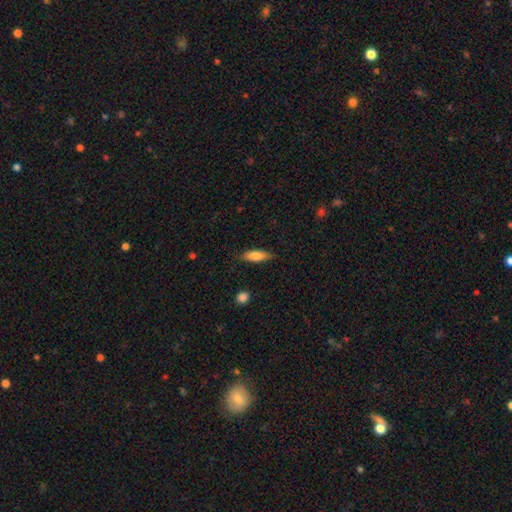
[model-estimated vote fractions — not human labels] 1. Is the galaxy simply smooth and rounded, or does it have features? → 78% smooth, 16% featured or disk, 6% star or artifact.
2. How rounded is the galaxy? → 54% in between, 44% cigar-shaped, 2% round.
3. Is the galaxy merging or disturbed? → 85% none, 11% minor disturbance, 2% major disturbance, 1% merger.